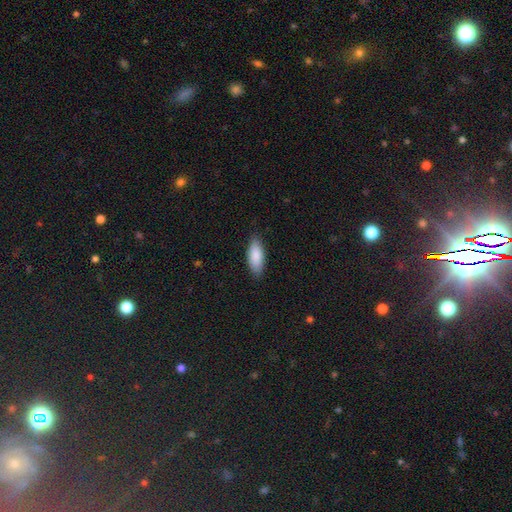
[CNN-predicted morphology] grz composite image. It shows a smooth galaxy with no disk features (87%) that is in between round and cigar-shaped (79%). Merging: none (85%).